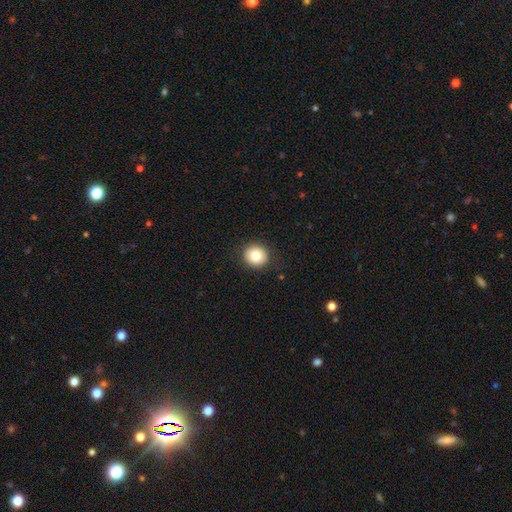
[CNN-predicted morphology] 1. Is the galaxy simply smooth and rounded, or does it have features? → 80% smooth, 11% featured or disk, 10% star or artifact.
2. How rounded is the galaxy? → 90% round, 9% in between, 1% cigar-shaped.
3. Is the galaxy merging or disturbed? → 90% none, 7% minor disturbance, 2% major disturbance, 1% merger.